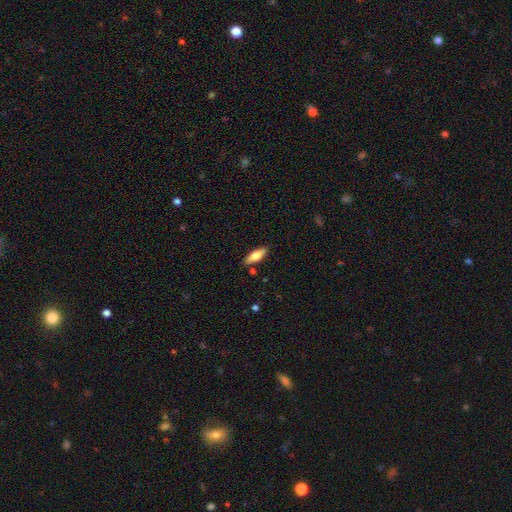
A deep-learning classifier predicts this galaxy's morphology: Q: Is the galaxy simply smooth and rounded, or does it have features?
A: smooth — 61%.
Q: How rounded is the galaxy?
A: in between — 56%.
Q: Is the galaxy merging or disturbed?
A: none — 85%.